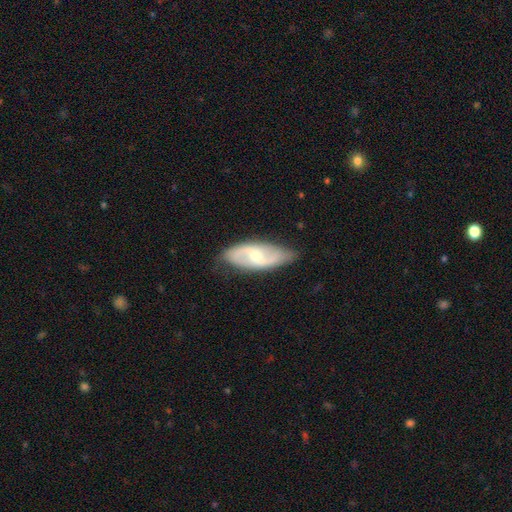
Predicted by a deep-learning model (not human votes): A featured or disk galaxy (72%) with a weak bar (53%), 2 (88%) loose (50%) spiral arms (89%) and a small central bulge (51%). Merging: none (78%).